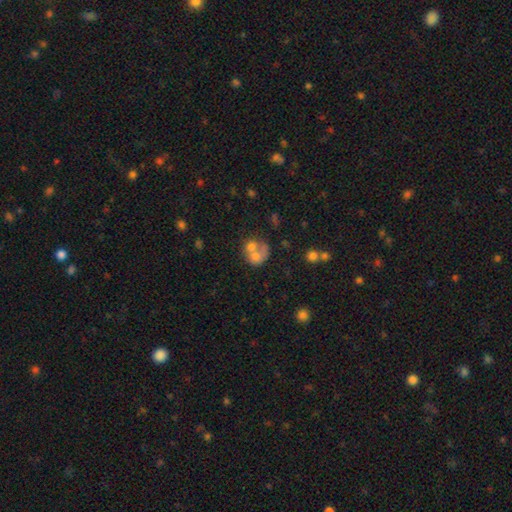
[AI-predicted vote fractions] smooth_or_featured: smooth (p=0.58) [alt: featured or disk p=0.31]
how_rounded: round (p=0.59) [alt: in between p=0.40]
merging: merger (p=0.61) [alt: none p=0.20]